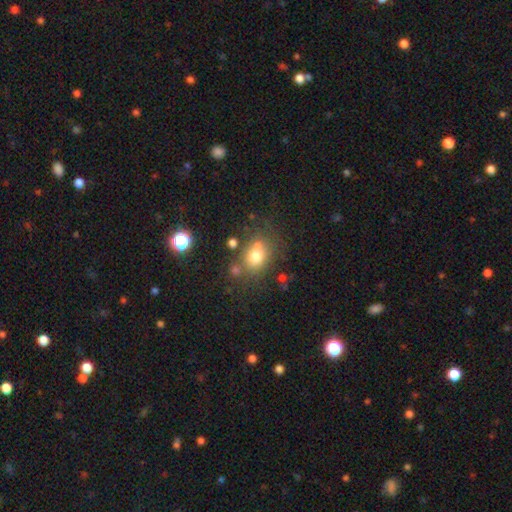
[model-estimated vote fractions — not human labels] smooth-or-featured: smooth: 73% | star or artifact: 14% | featured or disk: 13%
  how-rounded: round: 52% | in between: 47% | cigar-shaped: 1%
  merging: none: 60% | minor disturbance: 16% | merger: 16% | major disturbance: 7%